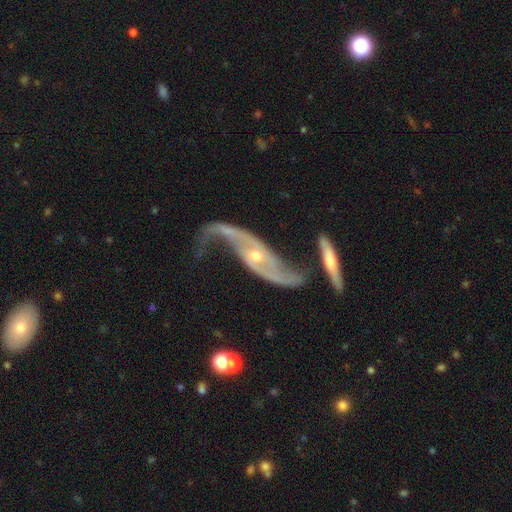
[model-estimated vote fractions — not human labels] Smooth or featured? Predicted: featured or disk (p=0.91). Edge-on disk? Predicted: no (p=0.90). Bar? Predicted: no (p=0.54). Spiral arms? Predicted: yes (p=0.96). Spiral winding? Predicted: loose (p=0.72). Spiral arm count? Predicted: 2 (p=0.91). Bulge size? Predicted: small (p=0.65). Merging? Predicted: none (p=0.47).